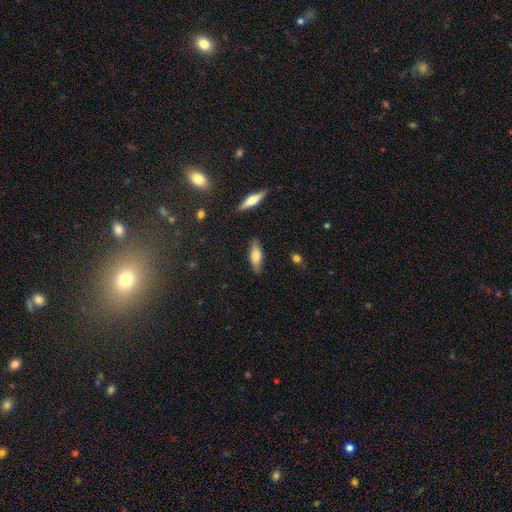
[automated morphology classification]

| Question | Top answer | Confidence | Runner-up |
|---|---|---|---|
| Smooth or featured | smooth | 67% | featured or disk (26%) |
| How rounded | in between | 60% | cigar-shaped (37%) |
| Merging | none | 84% | minor disturbance (12%) |